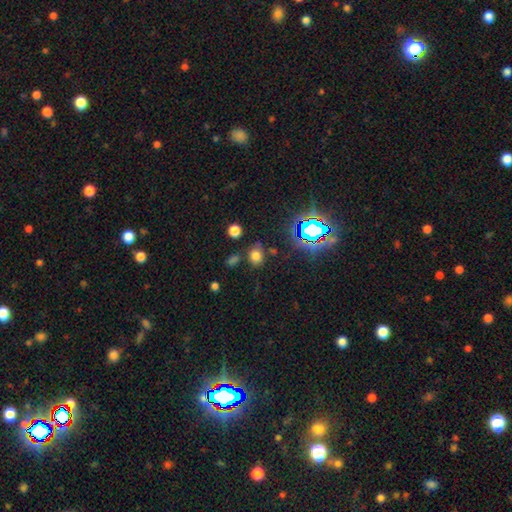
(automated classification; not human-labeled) Smooth or featured? smooth (67%)
How rounded? in between (56%)
Merging? none (73%)